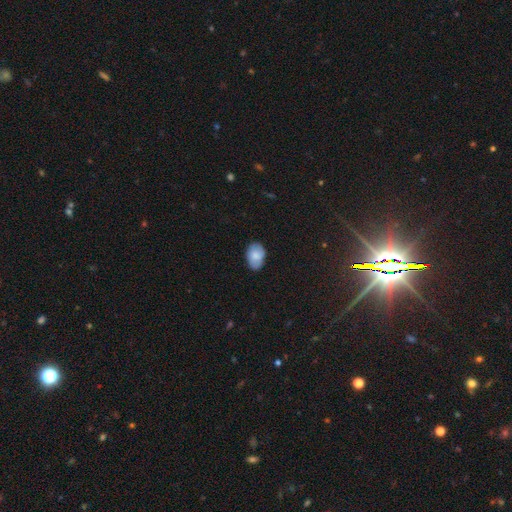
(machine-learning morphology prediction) A smooth galaxy with no disk features (81%) that is in between round and cigar-shaped (88%).

Vote fractions:
- Smooth or featured? smooth: 81% / featured or disk: 12% / star or artifact: 7%
- How rounded? in between: 88% / round: 11% / cigar-shaped: 1%
- Merging? none: 77% / minor disturbance: 19% / major disturbance: 3% / merger: 1%